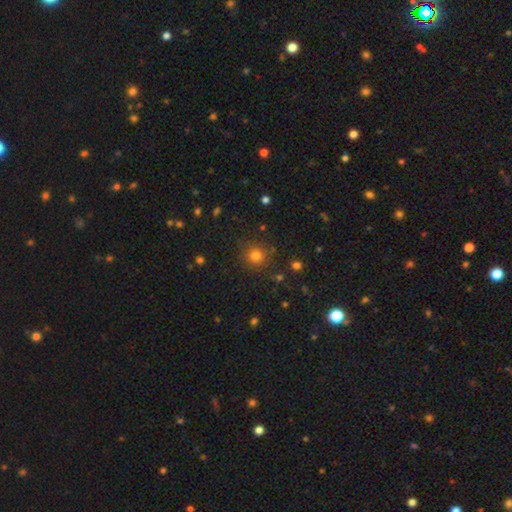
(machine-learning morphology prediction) A smooth galaxy with no disk features (77%) that is round (92%). Merging: none (87%).